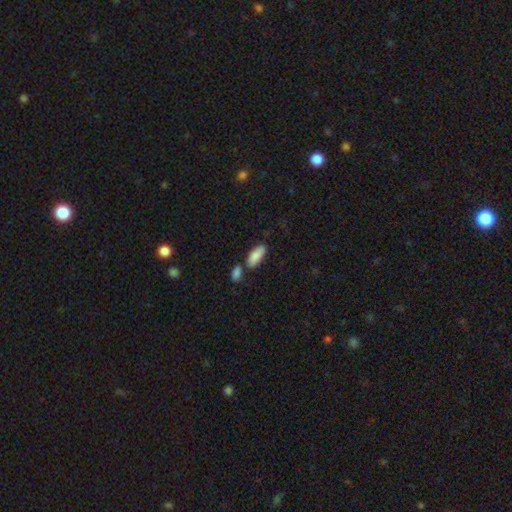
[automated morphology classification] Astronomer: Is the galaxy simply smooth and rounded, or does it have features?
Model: smooth — 86%.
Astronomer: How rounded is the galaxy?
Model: in between — 80%.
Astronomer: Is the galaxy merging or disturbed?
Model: none — 62%.